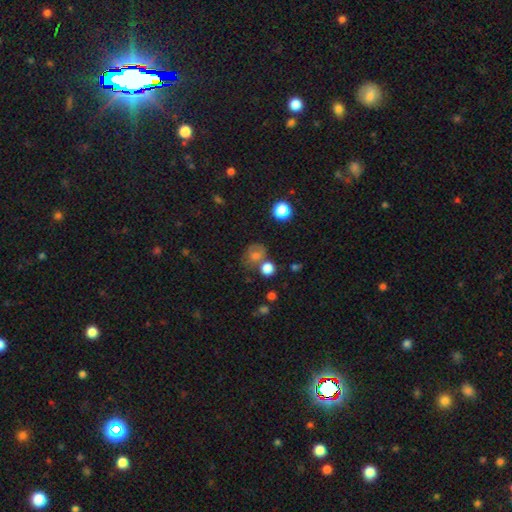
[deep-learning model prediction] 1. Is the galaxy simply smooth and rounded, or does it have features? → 66% smooth, 19% star or artifact, 15% featured or disk.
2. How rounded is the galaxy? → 67% round, 32% in between, 1% cigar-shaped.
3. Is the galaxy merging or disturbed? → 54% none, 20% merger, 17% minor disturbance, 9% major disturbance.